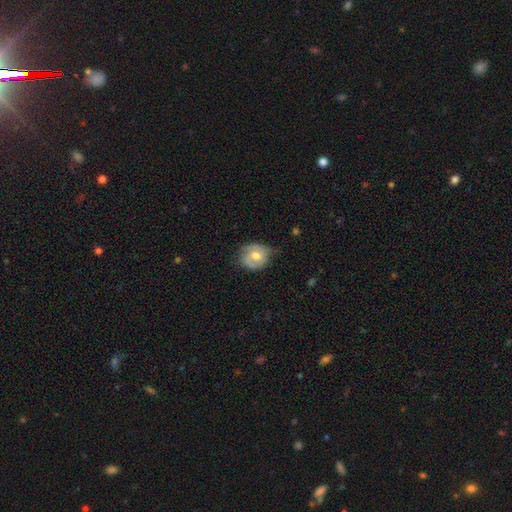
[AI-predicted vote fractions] This appears to be a featured or disk galaxy (48%). Merging: none (58%).